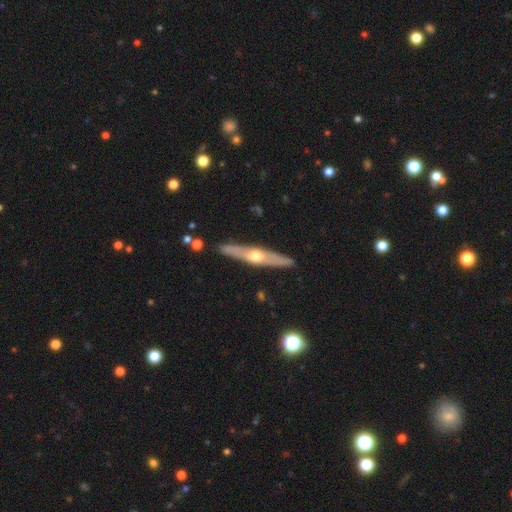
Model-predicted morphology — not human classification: Q: Smooth or featured?
A: featured or disk (69%); runner-up: smooth (26%)
Q: Edge-on disk?
A: yes (93%); runner-up: no (7%)
Q: Edge-on bulge?
A: rounded (91%); runner-up: none (7%)
Q: Merging?
A: none (89%); runner-up: minor disturbance (7%)